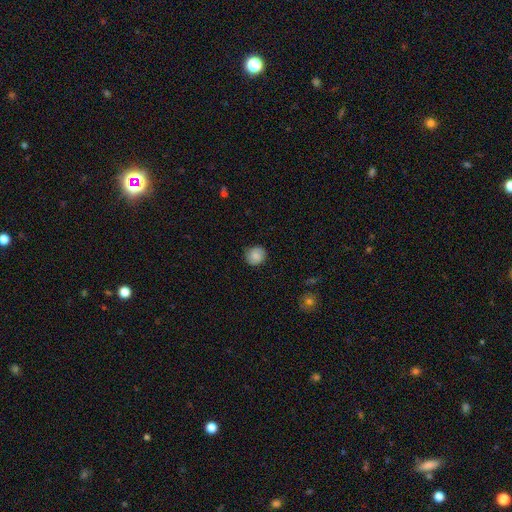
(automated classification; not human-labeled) Smooth or featured? Predicted: smooth (p=0.77). How rounded? Predicted: round (p=0.82). Merging? Predicted: none (p=0.80).